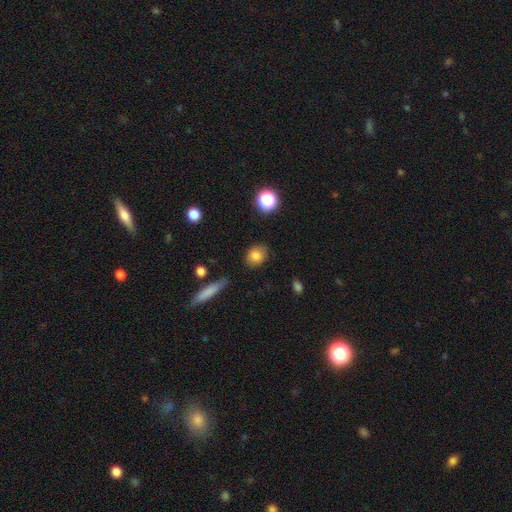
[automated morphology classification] smooth_or_featured: smooth (p=0.82) [alt: star or artifact p=0.10]
how_rounded: round (p=0.57) [alt: in between p=0.41]
merging: none (p=0.85) [alt: minor disturbance p=0.11]